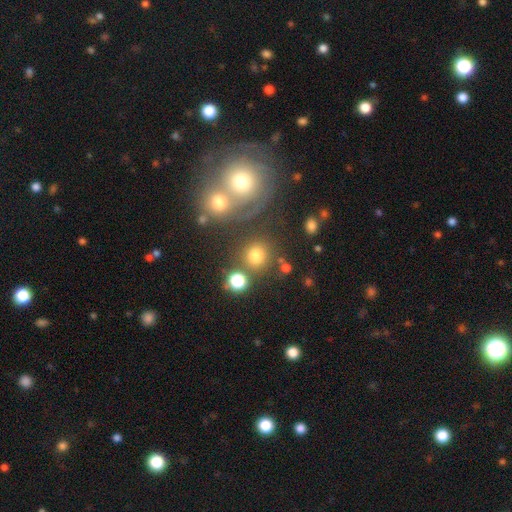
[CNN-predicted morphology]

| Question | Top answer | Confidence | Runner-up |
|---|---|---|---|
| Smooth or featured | smooth | 74% | star or artifact (16%) |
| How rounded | round | 87% | in between (12%) |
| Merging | none | 70% | merger (15%) |